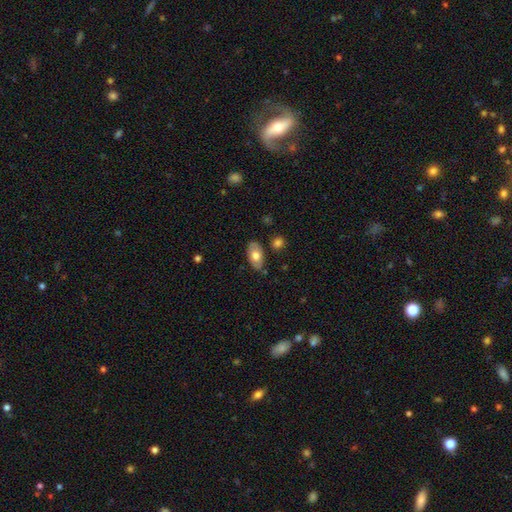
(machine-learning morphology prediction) This is likely a smooth galaxy (66%). How rounded: clearly in between (93%). Merging: clearly none (81%).